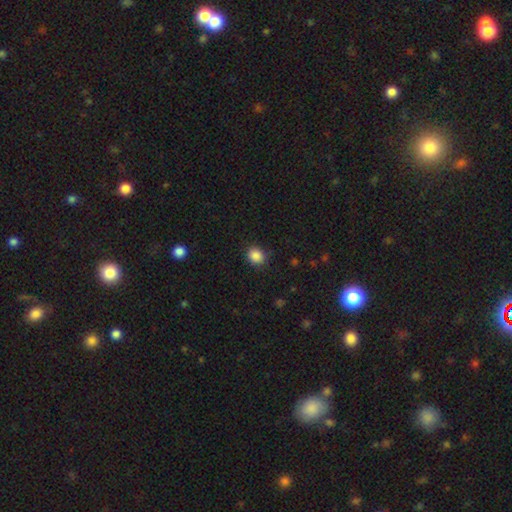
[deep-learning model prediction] This appears to be a smooth galaxy with no disk features (87%) that is round (70%). Merging: none (84%).